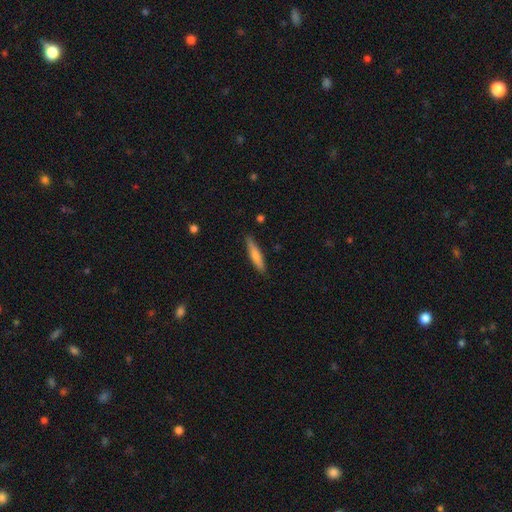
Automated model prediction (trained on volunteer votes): A smooth galaxy with no disk features (68%) that is cigar-shaped (88%).

Vote fractions:
- Smooth or featured? smooth: 68% / featured or disk: 26% / star or artifact: 6%
- How rounded? cigar-shaped: 88% / in between: 11% / round: 1%
- Merging? none: 88% / minor disturbance: 9% / major disturbance: 2% / merger: 1%